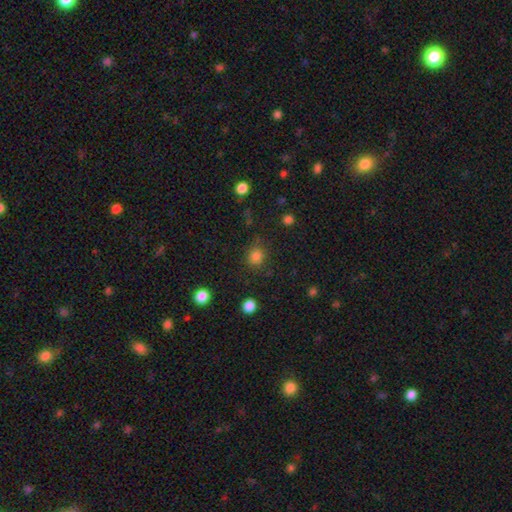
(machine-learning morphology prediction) Overall: smooth (81%). How rounded: round (86%). Merging: none (82%).